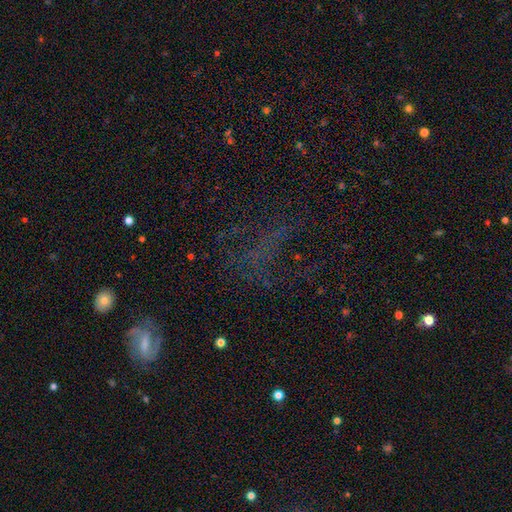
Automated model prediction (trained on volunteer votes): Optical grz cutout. It shows a star or artifact, not a galaxy (54%).